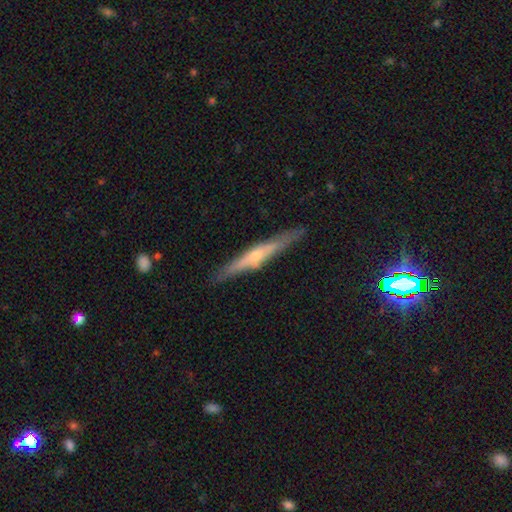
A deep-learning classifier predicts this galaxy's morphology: smooth_or_featured: featured or disk (p=0.69) [alt: smooth p=0.25]
disk_edge_on: yes (p=0.96) [alt: no p=0.04]
edge_on_bulge: rounded (p=0.76) [alt: none p=0.18]
merging: none (p=0.88) [alt: minor disturbance p=0.09]